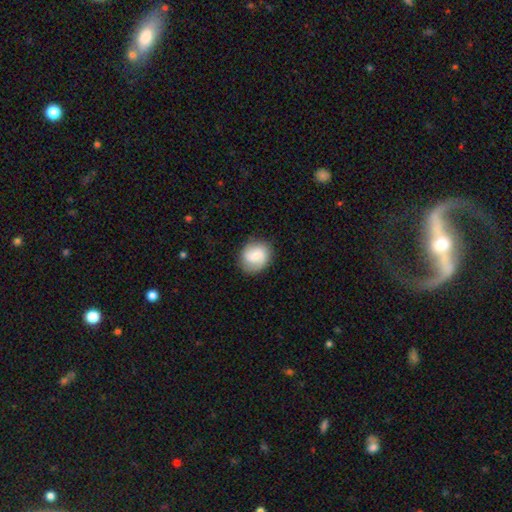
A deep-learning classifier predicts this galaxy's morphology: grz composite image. It shows a smooth galaxy with no disk features (53%) that is round (73%). Merging: none (82%).